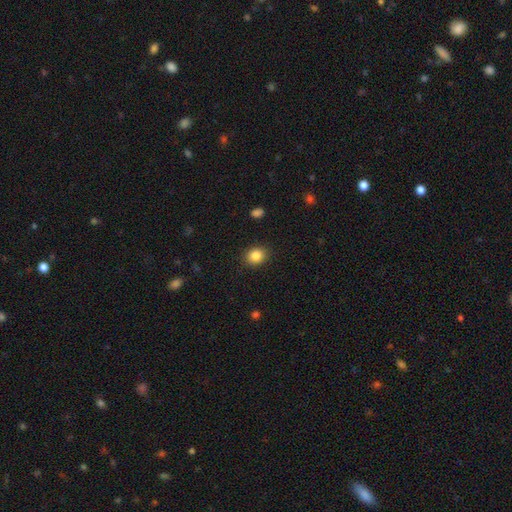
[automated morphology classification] The model was most divided on "how rounded": round: 60%, in between: 39%, cigar-shaped: 1%. More confident: merging — none (89%); smooth or featured — smooth (85%).